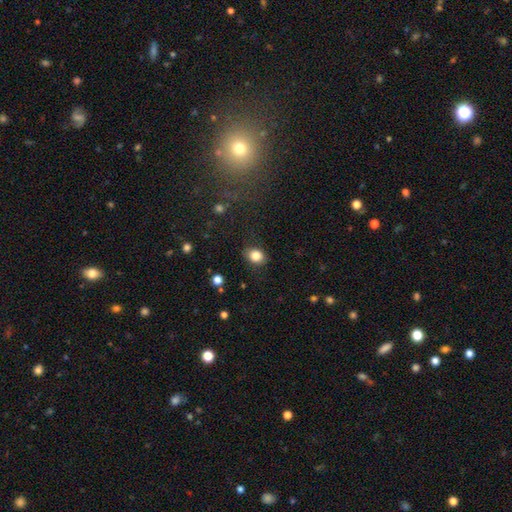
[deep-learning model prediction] Q: Smooth or featured?
A: smooth (84%); runner-up: star or artifact (9%)
Q: How rounded?
A: in between (59%); runner-up: round (40%)
Q: Merging?
A: none (84%); runner-up: minor disturbance (12%)